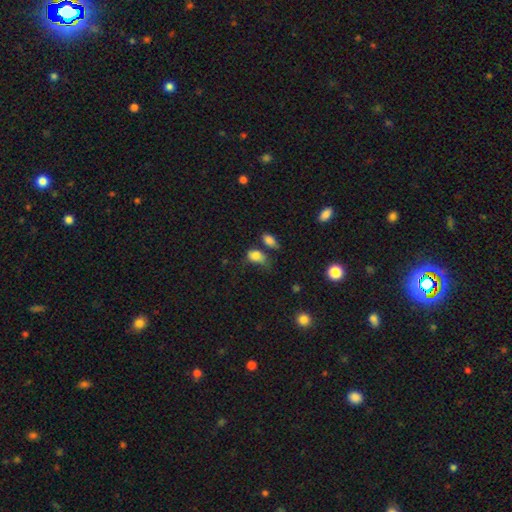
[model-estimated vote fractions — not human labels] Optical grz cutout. It shows a smooth galaxy with no disk features (81%) that is in between round and cigar-shaped (84%). Merging: none (31%).